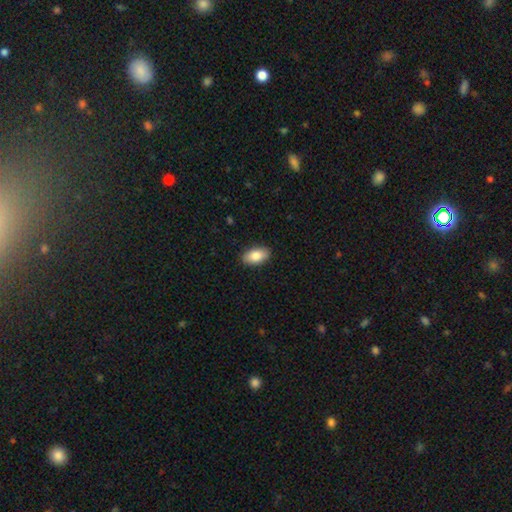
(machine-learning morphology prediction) This appears to be a smooth galaxy with no disk features (86%) that is in between round and cigar-shaped (94%). Merging: none (89%).